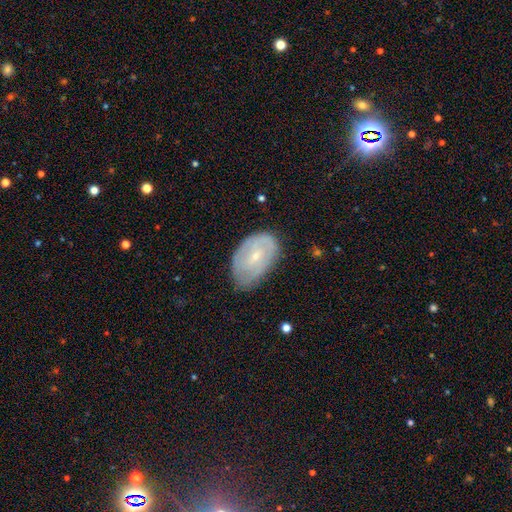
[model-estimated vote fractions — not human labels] This is possibly a featured or disk galaxy (56%). It is clearly not viewed edge-on (95%). Bar: possibly no (53%). Spiral arm pattern: likely yes (62%). Central bulge: likely small (72%). Merging: likely none (62%).